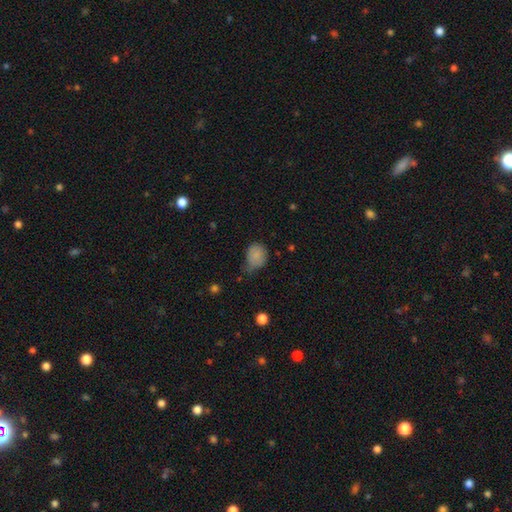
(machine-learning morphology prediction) Q: Smooth or featured?
A: smooth (81%); runner-up: star or artifact (10%)
Q: How rounded?
A: round (52%); runner-up: in between (47%)
Q: Merging?
A: minor disturbance (44%); runner-up: none (38%)